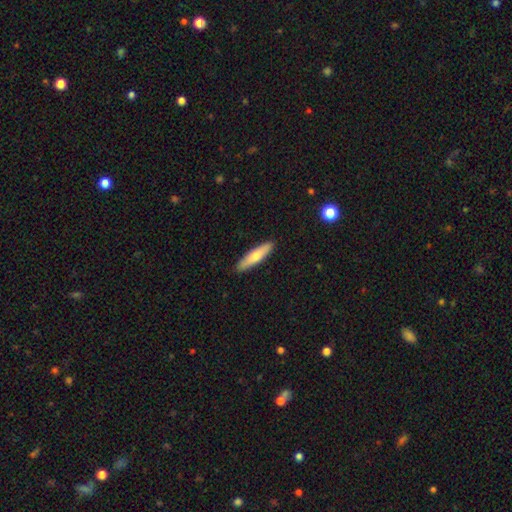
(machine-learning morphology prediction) Smooth or featured: smooth — 66% (featured or disk — 28%)
How rounded: cigar-shaped — 79% (in between — 20%)
Merging: none — 90% (minor disturbance — 7%)